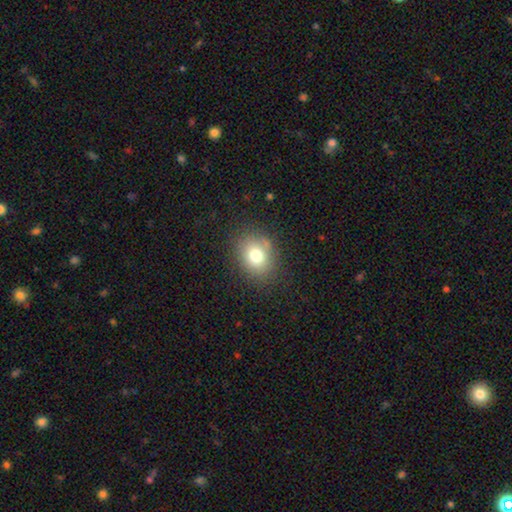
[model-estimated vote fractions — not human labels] Smooth or featured?
  - smooth: 74% *
  - star or artifact: 13%
  - featured or disk: 12%
How rounded?
  - round: 54% *
  - in between: 45%
  - cigar-shaped: 1%
Merging?
  - none: 82% *
  - minor disturbance: 12%
  - major disturbance: 4%
  - merger: 2%